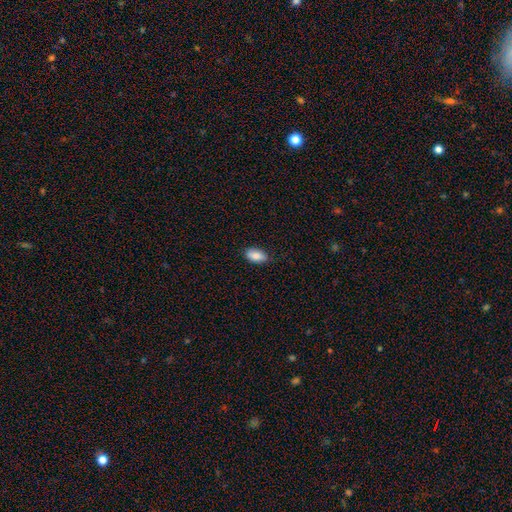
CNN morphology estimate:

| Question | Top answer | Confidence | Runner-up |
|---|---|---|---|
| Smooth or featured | smooth | 86% | featured or disk (7%) |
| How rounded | in between | 93% | cigar-shaped (4%) |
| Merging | none | 80% | minor disturbance (16%) |